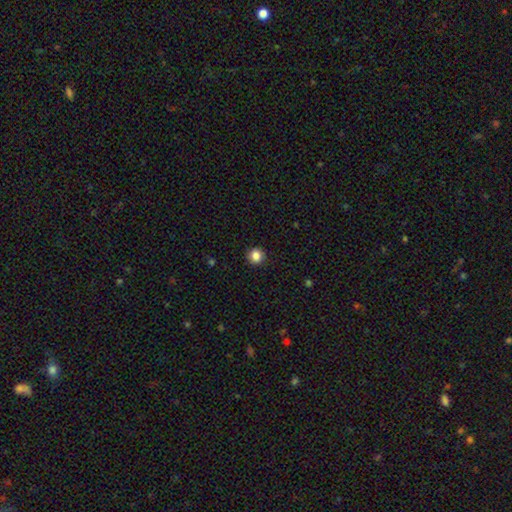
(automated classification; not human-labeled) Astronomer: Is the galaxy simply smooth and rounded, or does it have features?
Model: smooth — 85%.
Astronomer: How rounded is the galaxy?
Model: round — 89%.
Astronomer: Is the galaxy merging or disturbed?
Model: none — 89%.